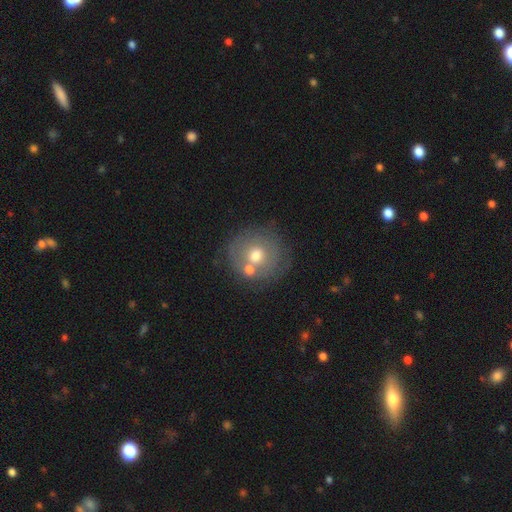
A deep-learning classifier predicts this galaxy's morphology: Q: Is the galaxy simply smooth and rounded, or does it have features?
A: smooth — 57%.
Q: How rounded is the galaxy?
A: round — 90%.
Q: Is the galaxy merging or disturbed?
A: none — 63%.